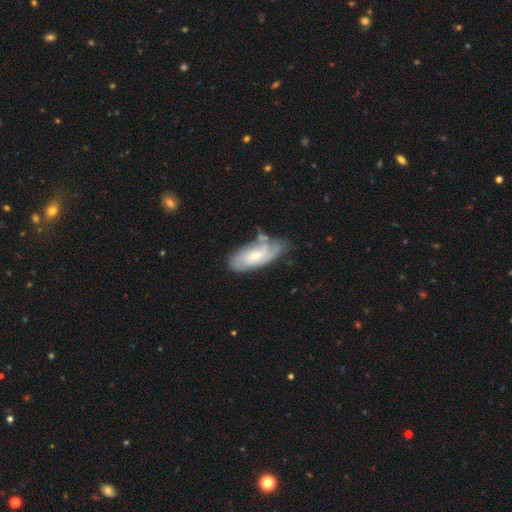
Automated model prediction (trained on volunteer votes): Smooth or featured? Predicted: featured or disk (p=0.68). Edge-on disk? Predicted: no (p=0.92). Bar? Predicted: no (p=0.56). Spiral arms? Predicted: yes (p=0.91). Spiral winding? Predicted: tight (p=0.54). Spiral arm count? Predicted: 2 (p=0.35, tied with can't tell). Bulge size? Predicted: small (p=0.53). Merging? Predicted: none (p=0.60).